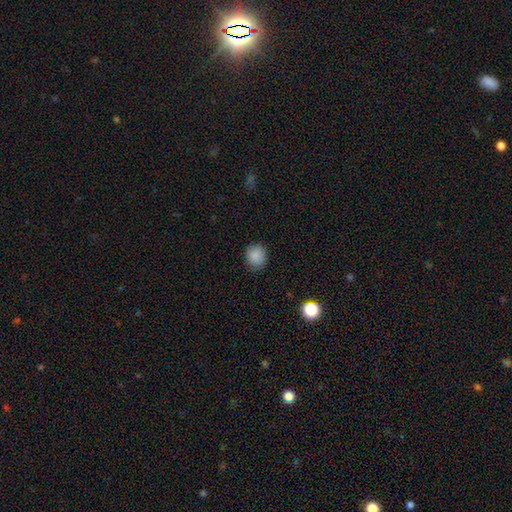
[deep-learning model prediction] smooth-or-featured: smooth: 86% | star or artifact: 9% | featured or disk: 4%
  how-rounded: round: 79% | in between: 20% | cigar-shaped: 1%
  merging: none: 80% | minor disturbance: 16% | major disturbance: 3% | merger: 1%